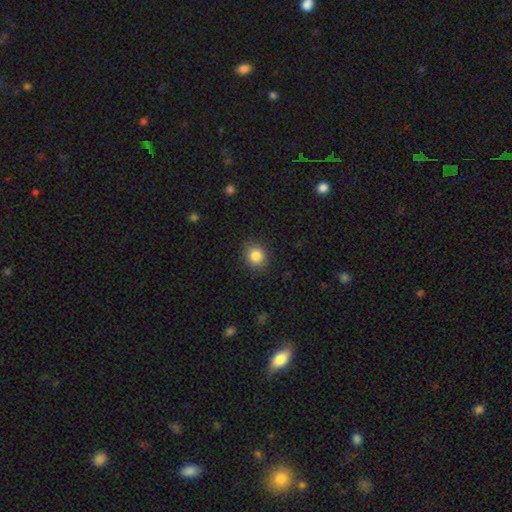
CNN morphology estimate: smooth 85%, star or artifact 10%, featured or disk 5%. Down the decision tree: how rounded — round (74%); merging — none (87%).